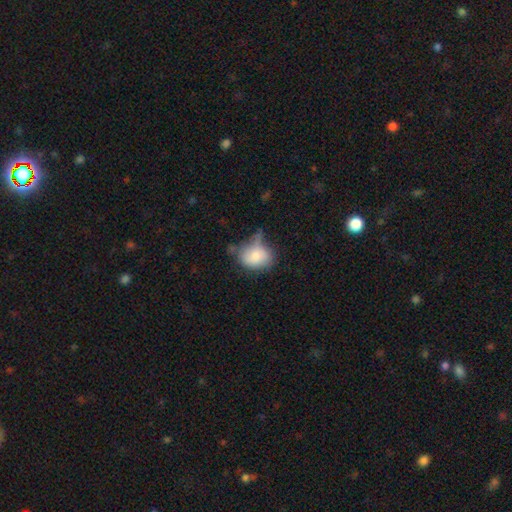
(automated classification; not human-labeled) Morphology: type=smooth (77%); roundness=in between (58%); merging=minor disturbance (35%).